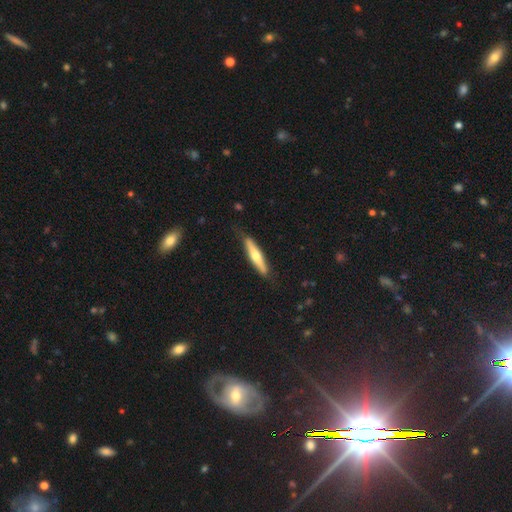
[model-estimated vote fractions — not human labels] Smooth or featured? featured or disk (48%)
Merging? none (79%)